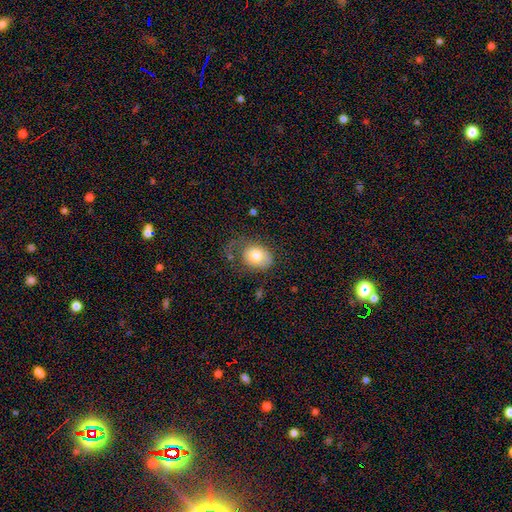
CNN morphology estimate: Smooth or featured? smooth (77%)
How rounded? in between (57%)
Merging? none (49%)